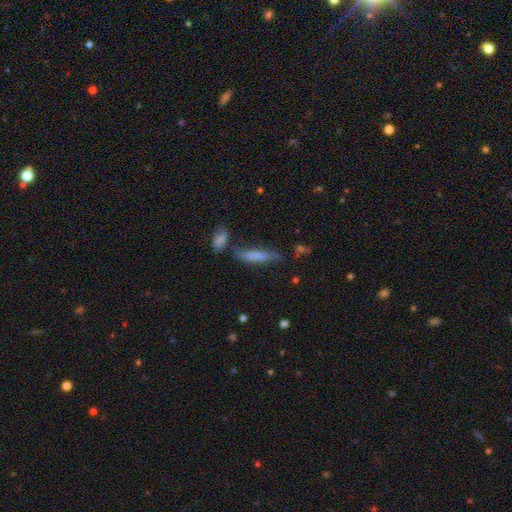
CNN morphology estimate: Smooth or featured: smooth — 69% (featured or disk — 22%)
How rounded: cigar-shaped — 79% (in between — 19%)
Merging: none — 61% (minor disturbance — 19%)